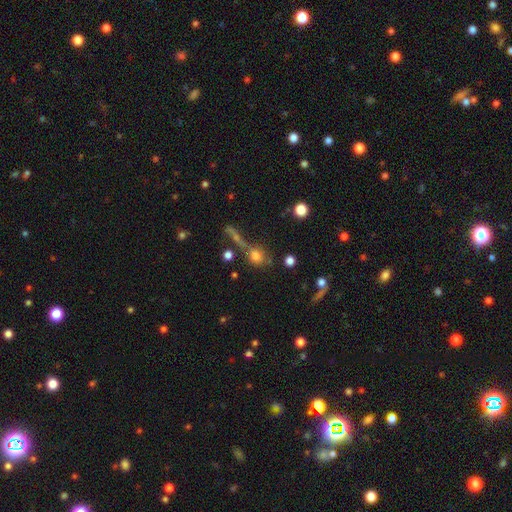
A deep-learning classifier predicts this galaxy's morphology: Smooth or featured? Predicted: smooth (p=0.71). How rounded? Predicted: round (p=0.71). Merging? Predicted: none (p=0.55).